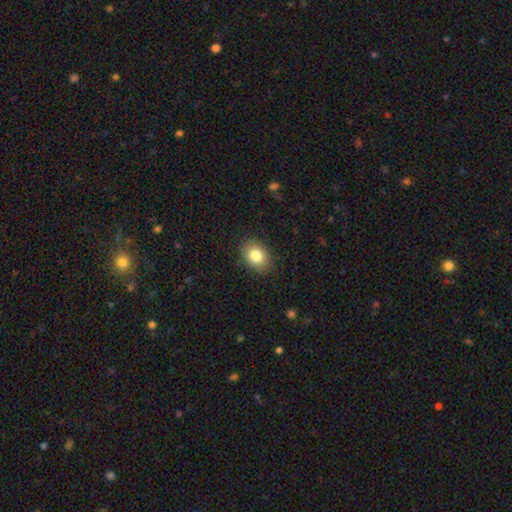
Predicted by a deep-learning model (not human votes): smooth_or_featured: smooth (p=0.82) [alt: featured or disk p=0.09]
how_rounded: in between (p=0.67) [alt: round p=0.32]
merging: none (p=0.87) [alt: minor disturbance p=0.09]